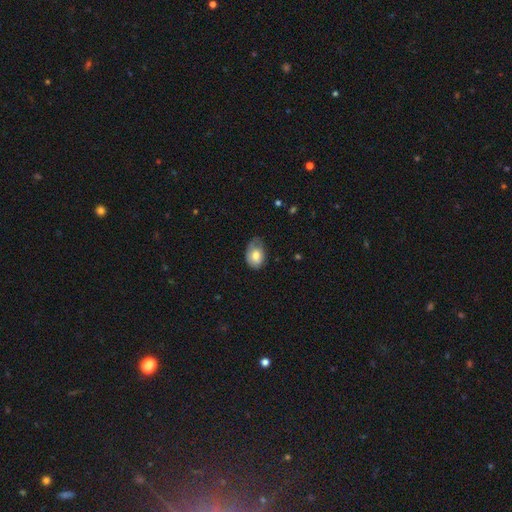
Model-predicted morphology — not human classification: smooth-or-featured: smooth: 70% | featured or disk: 23% | star or artifact: 7%
  how-rounded: in between: 80% | round: 19% | cigar-shaped: 1%
  merging: minor disturbance: 42% | none: 41% | major disturbance: 16% | merger: 2%